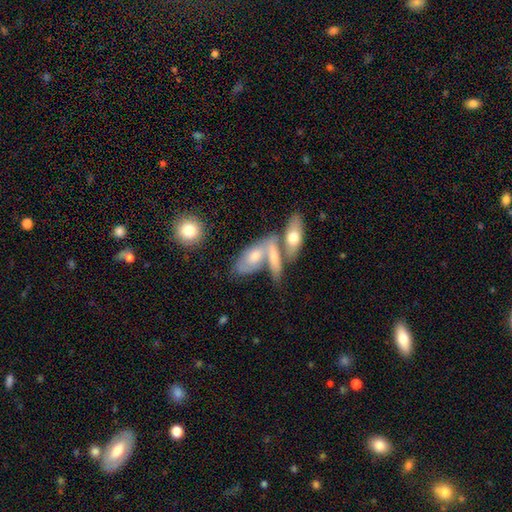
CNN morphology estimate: smooth-or-featured: featured or disk: 57% | smooth: 33% | star or artifact: 9%
  disk-edge-on: no: 66% | yes: 34%
  merging: merger: 47% | none: 32% | minor disturbance: 13% | major disturbance: 9%